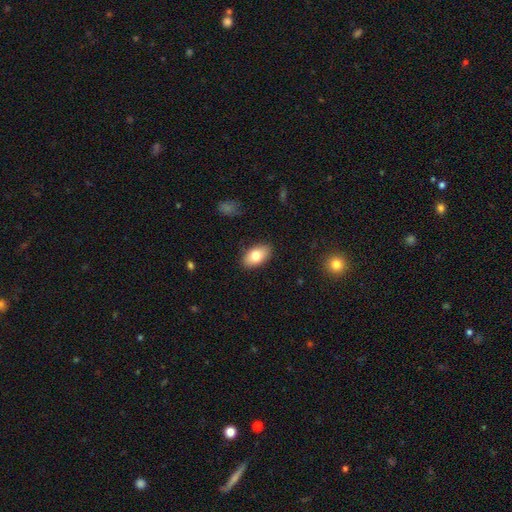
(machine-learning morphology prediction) This appears to be a smooth galaxy with no disk features (79%) that is in between round and cigar-shaped (93%). Merging: none (87%).